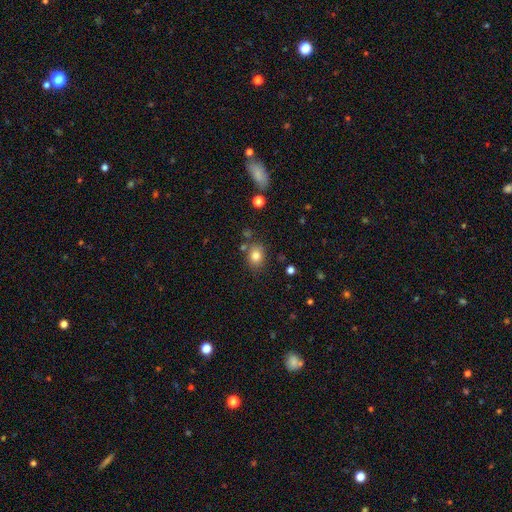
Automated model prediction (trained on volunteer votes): Smooth or featured? Predicted: smooth (p=0.80). How rounded? Predicted: round (p=0.51). Merging? Predicted: none (p=0.75).